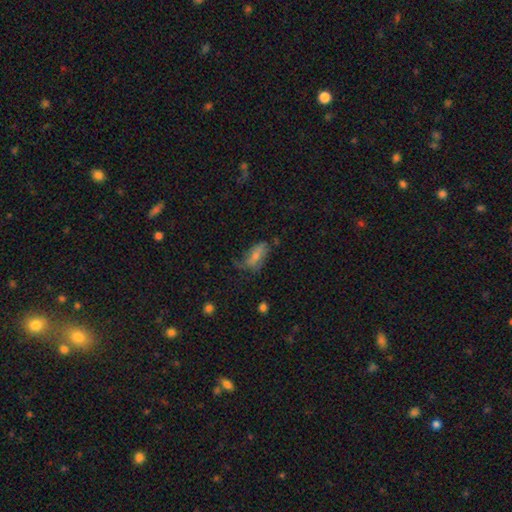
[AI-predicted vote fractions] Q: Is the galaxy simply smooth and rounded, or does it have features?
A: smooth — 60%.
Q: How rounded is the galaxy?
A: in between — 82%.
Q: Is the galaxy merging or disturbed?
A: none — 36%.